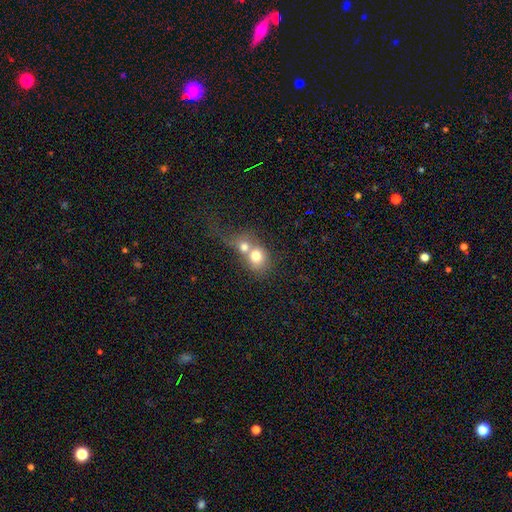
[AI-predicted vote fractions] This is likely a smooth galaxy (72%). How rounded: likely round (70%). Merging: likely merger (72%).